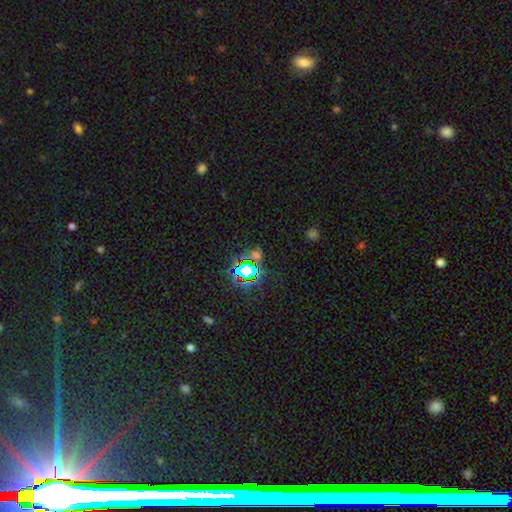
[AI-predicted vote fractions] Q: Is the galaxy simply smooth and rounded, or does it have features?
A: star or artifact — 69%.